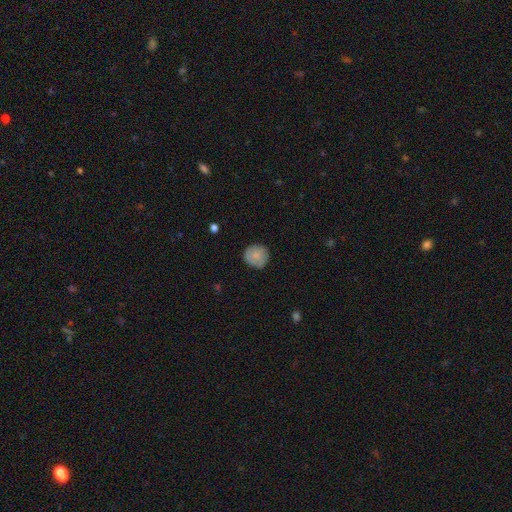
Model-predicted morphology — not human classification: This is likely a smooth galaxy (77%). How rounded: clearly round (90%). Merging: clearly none (82%).